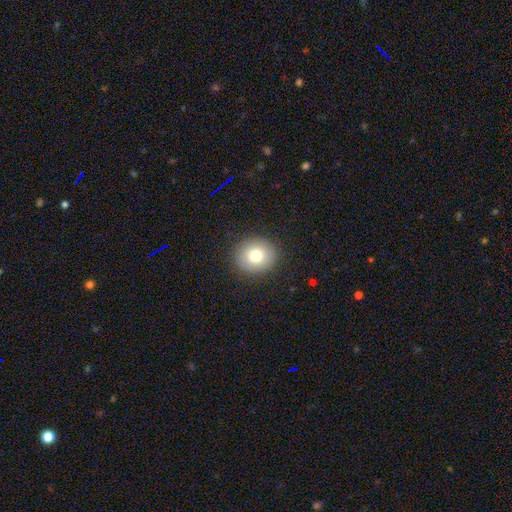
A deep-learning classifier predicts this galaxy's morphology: type=smooth (77%); roundness=round (82%); merging=none (89%).